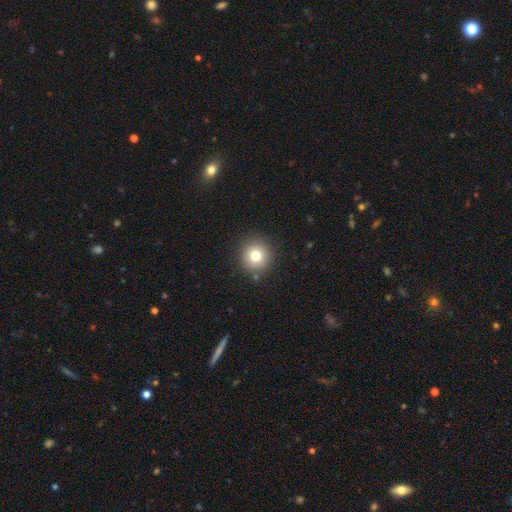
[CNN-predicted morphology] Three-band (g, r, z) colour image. It shows a smooth galaxy with no disk features (77%) that is round (94%). Merging: none (88%).